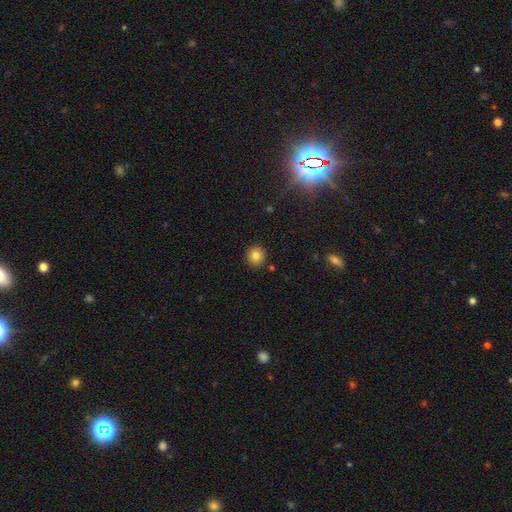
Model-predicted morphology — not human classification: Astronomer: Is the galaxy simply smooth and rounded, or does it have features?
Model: smooth — 82%.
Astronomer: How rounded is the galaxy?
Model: round — 91%.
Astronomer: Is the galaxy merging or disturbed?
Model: none — 90%.